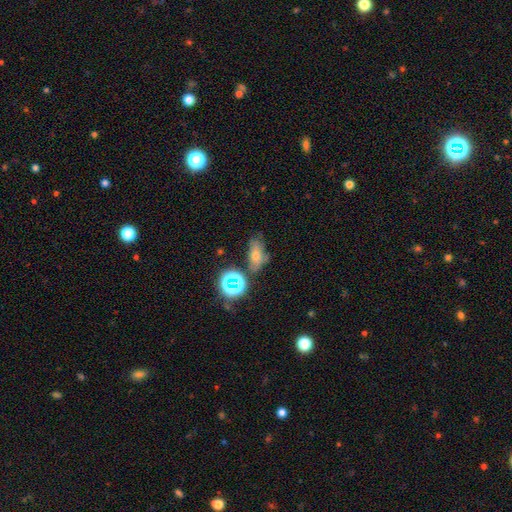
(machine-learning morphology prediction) Smooth or featured: smooth — 46% (star or artifact — 30%)
Merging: none — 61% (minor disturbance — 22%)